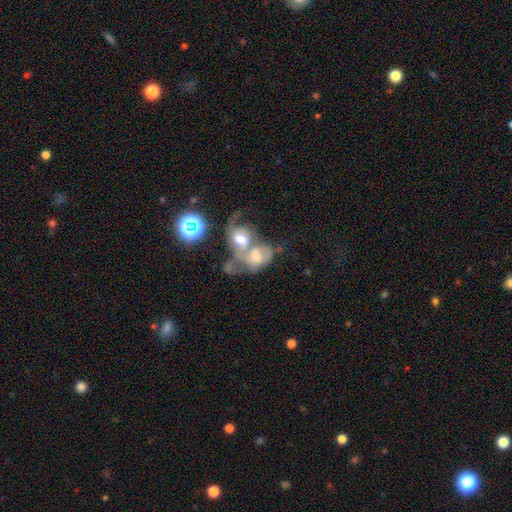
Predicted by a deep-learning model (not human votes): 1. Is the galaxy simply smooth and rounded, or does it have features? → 46% featured or disk, 40% smooth, 14% star or artifact.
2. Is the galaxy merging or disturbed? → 75% merger, 10% major disturbance, 10% none, 5% minor disturbance.